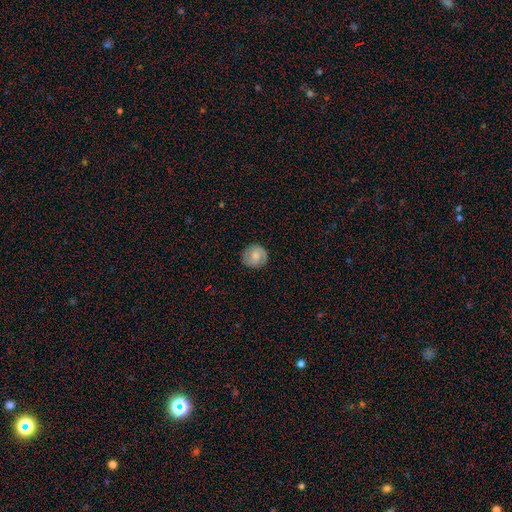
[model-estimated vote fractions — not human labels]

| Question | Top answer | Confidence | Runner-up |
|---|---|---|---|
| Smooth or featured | smooth | 60% | featured or disk (32%) |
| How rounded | round | 89% | in between (10%) |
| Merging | none | 83% | minor disturbance (13%) |